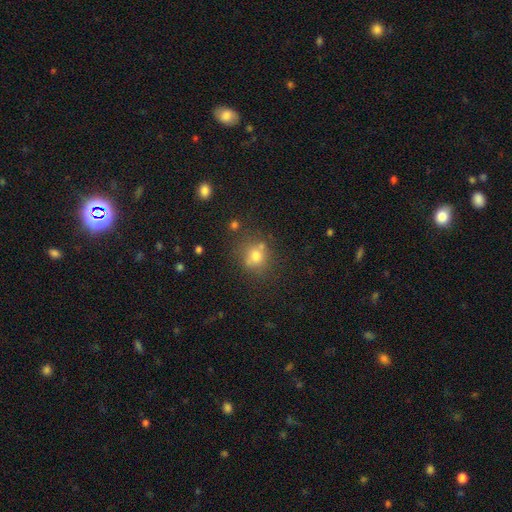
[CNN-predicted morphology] This appears to be a smooth galaxy with no disk features (70%) that is round (79%). Merging: none (66%).